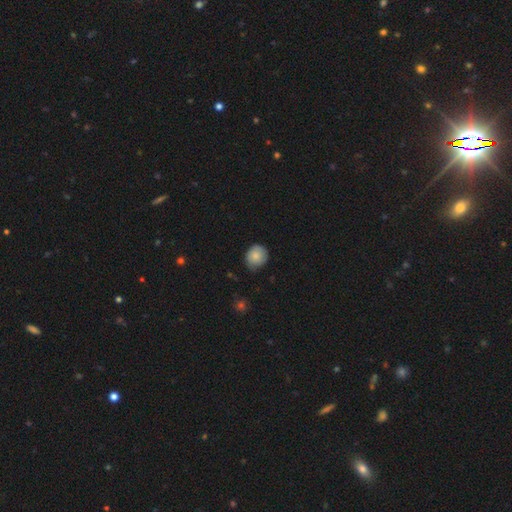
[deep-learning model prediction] A smooth galaxy with no disk features (83%) that is round (77%). Merging: none (75%).